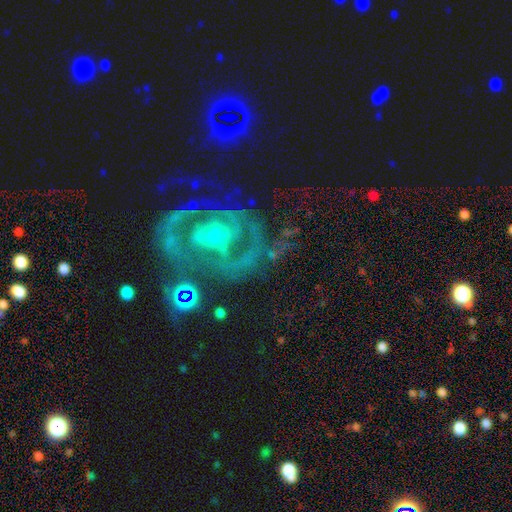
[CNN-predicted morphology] Q: Smooth or featured?
A: featured or disk (84%); runner-up: star or artifact (10%)
Q: Edge-on disk?
A: no (97%); runner-up: yes (3%)
Q: Bar?
A: no (49%); runner-up: weak (32%)
Q: Spiral arms?
A: yes (88%); runner-up: no (12%)
Q: Spiral winding?
A: tight (46%); runner-up: medium (42%)
Q: Spiral arm count?
A: 2 (52%); runner-up: can't tell (20%)
Q: Bulge size?
A: small (60%); runner-up: moderate (34%)
Q: Merging?
A: none (57%); runner-up: major disturbance (19%)